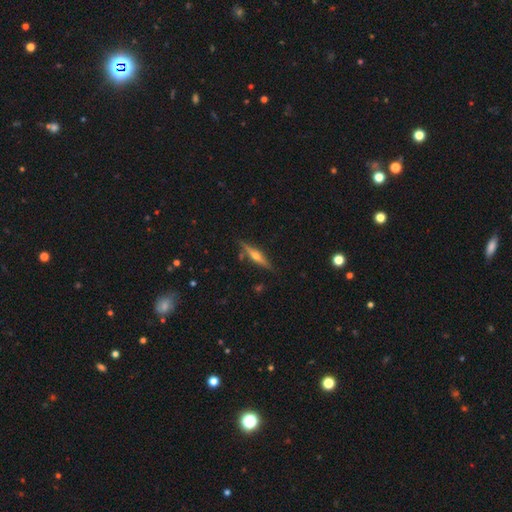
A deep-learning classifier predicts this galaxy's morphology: Smooth or featured: featured or disk — 70% (smooth — 23%)
Edge-on disk: yes — 97% (no — 3%)
Edge-on bulge: rounded — 90% (none — 5%)
Merging: none — 84% (minor disturbance — 10%)